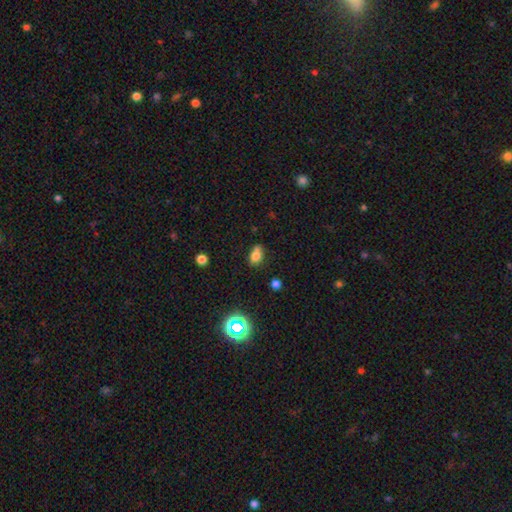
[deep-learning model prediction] smooth 76%, star or artifact 14%, featured or disk 10%. Down the decision tree: how rounded — in between (78%); merging — none (59%).